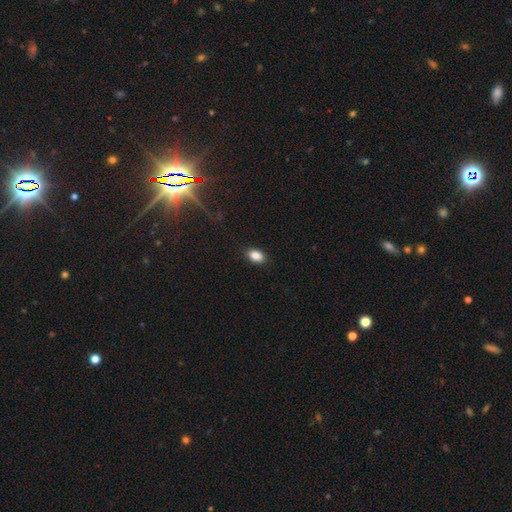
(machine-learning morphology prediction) smooth-or-featured: smooth: 87% | star or artifact: 9% | featured or disk: 4%
  how-rounded: in between: 89% | round: 9% | cigar-shaped: 2%
  merging: none: 88% | minor disturbance: 9% | major disturbance: 2% | merger: 1%